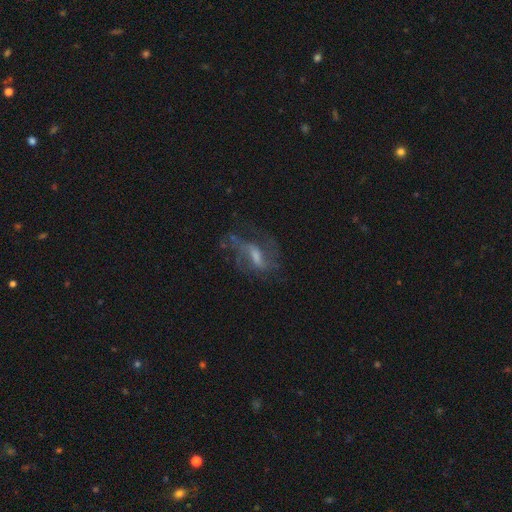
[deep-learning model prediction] smooth_or_featured: featured or disk (p=0.73) [alt: smooth p=0.17]
disk_edge_on: no (p=0.92) [alt: yes p=0.08]
bar: weak (p=0.49) [alt: no p=0.26]
has_spiral_arms: yes (p=0.81) [alt: no p=0.19]
spiral_winding: loose (p=0.51) [alt: medium p=0.36]
spiral_arm_count: 2 (p=0.49) [alt: can't tell p=0.23]
bulge_size: moderate (p=0.40) [alt: small p=0.32]
merging: none (p=0.51) [alt: major disturbance p=0.27]